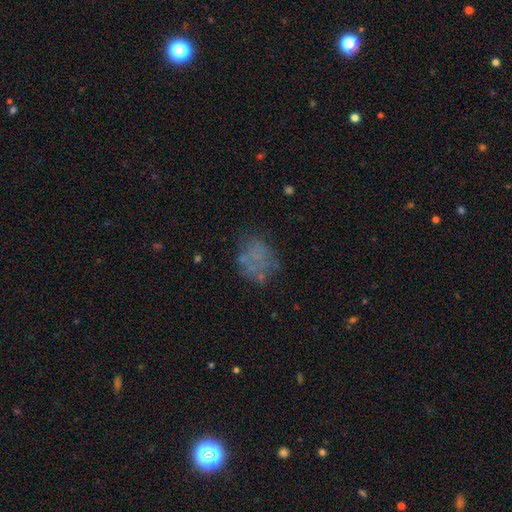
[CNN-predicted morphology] Smooth or featured?
  - smooth: 45% *
  - featured or disk: 38%
  - star or artifact: 18%
Merging?
  - none: 59% *
  - minor disturbance: 20%
  - major disturbance: 17%
  - merger: 4%